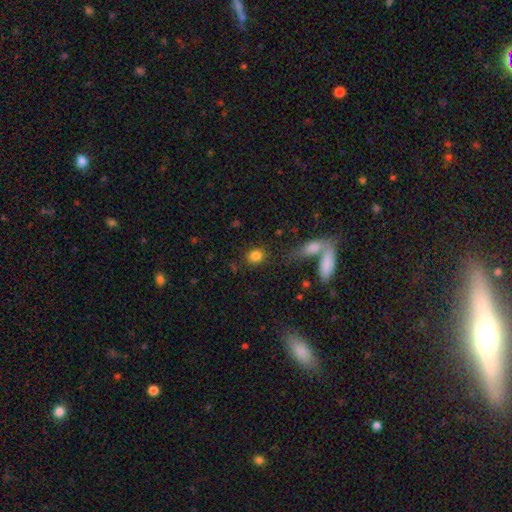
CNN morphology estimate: smooth_or_featured: smooth (p=0.84) [alt: star or artifact p=0.10]
how_rounded: round (p=0.69) [alt: in between p=0.30]
merging: none (p=0.80) [alt: minor disturbance p=0.09]